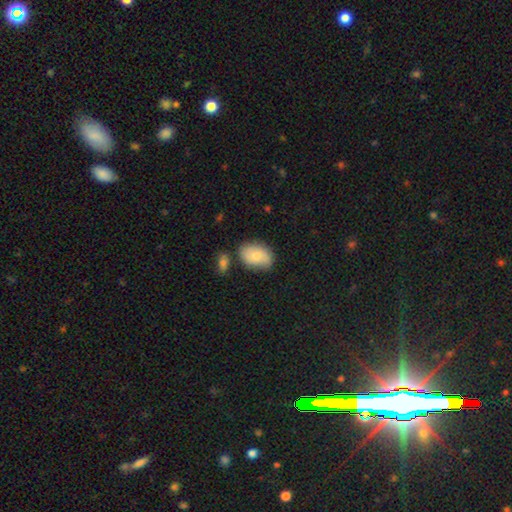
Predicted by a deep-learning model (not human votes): Morphology: type=smooth (76%); roundness=in between (85%); merging=none (65%).